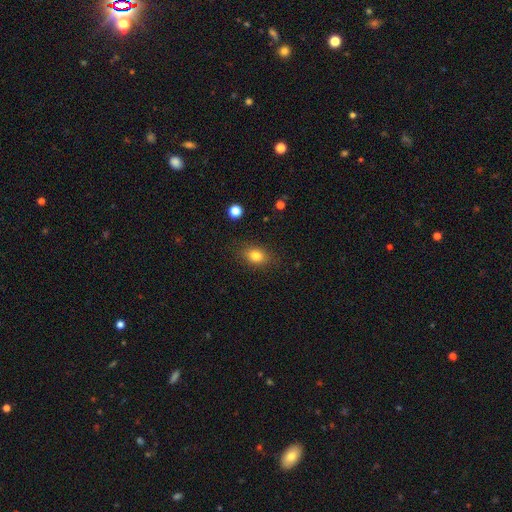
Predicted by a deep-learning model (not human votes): smooth 81%, star or artifact 11%, featured or disk 8%. Down the decision tree: how rounded — in between (69%); merging — none (84%).